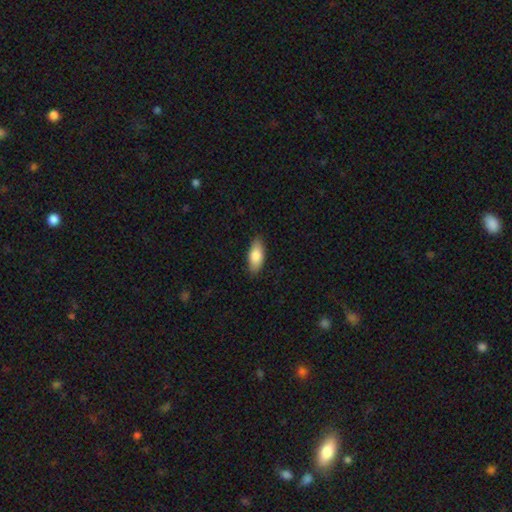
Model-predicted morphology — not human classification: This appears to be a smooth galaxy with no disk features (83%) that is in between round and cigar-shaped (86%). Merging: none (86%).